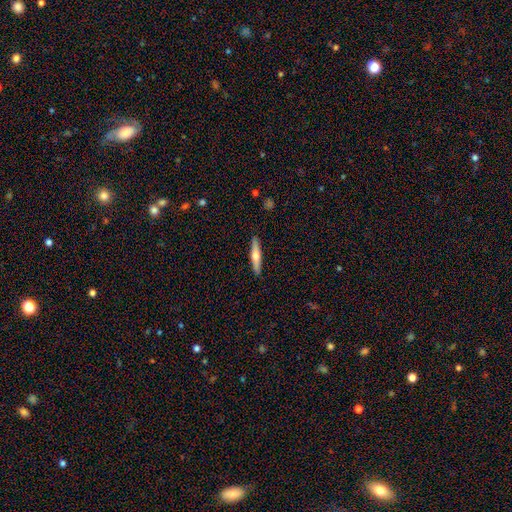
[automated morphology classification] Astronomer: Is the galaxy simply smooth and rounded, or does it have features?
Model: smooth — 48% (runner-up: featured or disk, 47%).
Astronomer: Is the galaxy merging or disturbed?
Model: none — 91%.